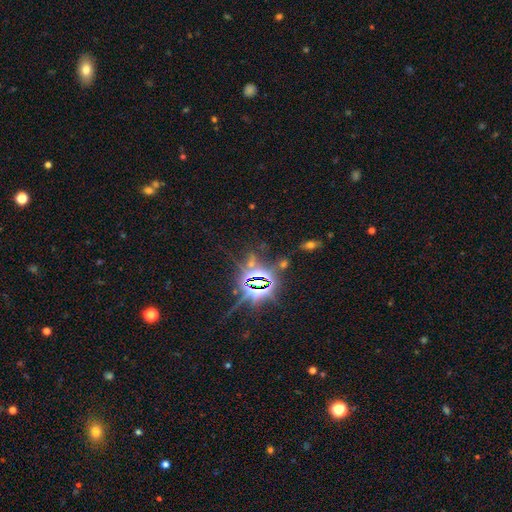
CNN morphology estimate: Q: Smooth or featured?
A: star or artifact (83%); runner-up: smooth (9%)